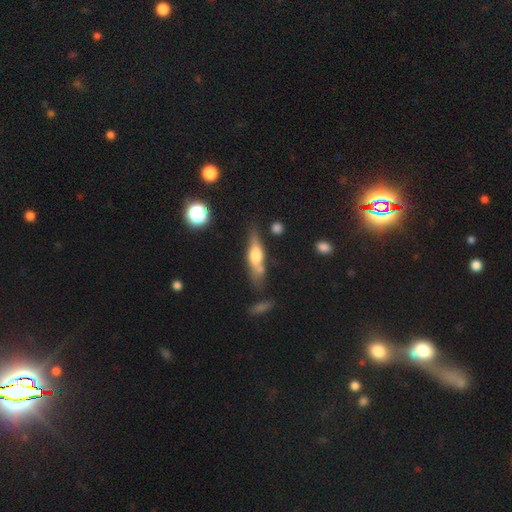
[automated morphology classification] Overall: featured or disk (50%; smooth 43%). Merging: none (59%; minor disturbance 20%).